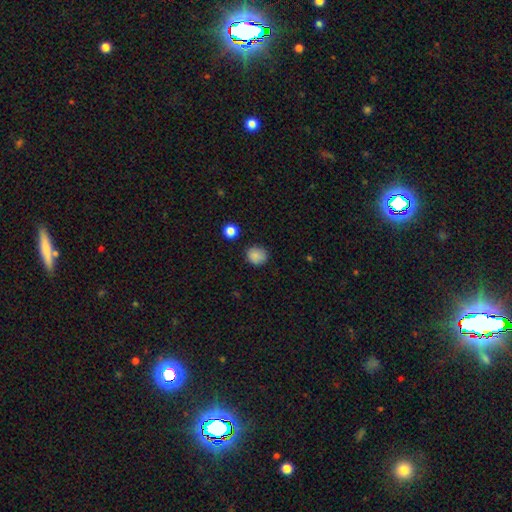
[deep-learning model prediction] A smooth galaxy with no disk features (85%) that is round (82%).

Vote fractions:
- Smooth or featured? smooth: 85% / star or artifact: 10% / featured or disk: 4%
- How rounded? round: 82% / in between: 17% / cigar-shaped: 1%
- Merging? none: 83% / minor disturbance: 12% / major disturbance: 3% / merger: 2%